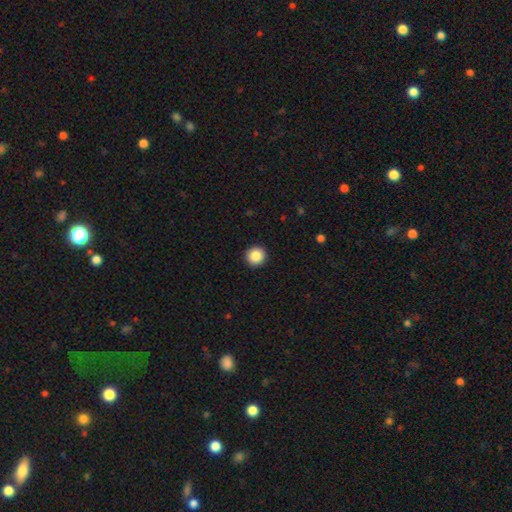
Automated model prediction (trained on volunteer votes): The model was most divided on "smooth or featured": smooth: 87%, star or artifact: 9%, featured or disk: 4%. More confident: how rounded — round (94%); merging — none (93%).